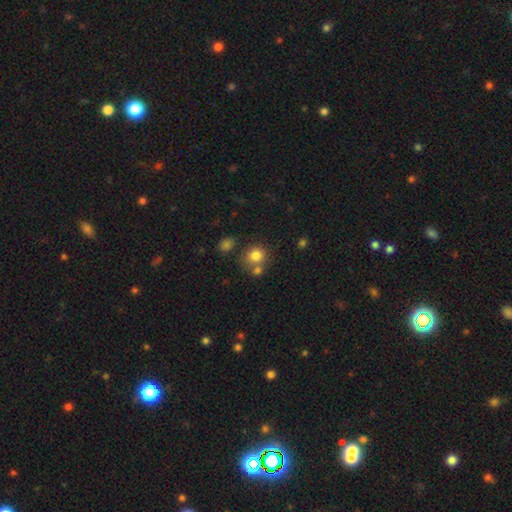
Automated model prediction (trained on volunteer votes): smooth_or_featured: smooth (p=0.81) [alt: star or artifact p=0.11]
how_rounded: round (p=0.86) [alt: in between p=0.14]
merging: none (p=0.59) [alt: merger p=0.26]